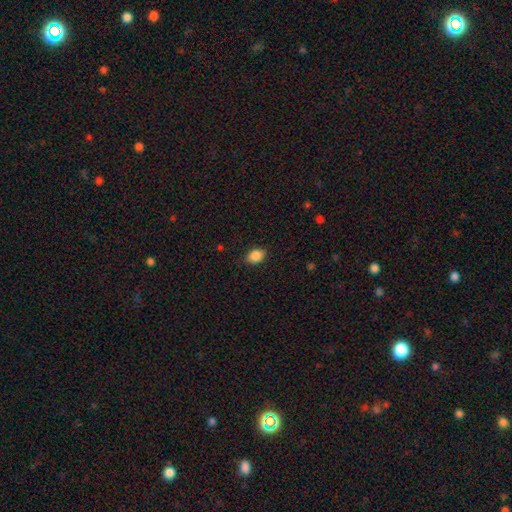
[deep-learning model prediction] Overall: smooth (87%). How rounded: in between (72%). Merging: none (83%).